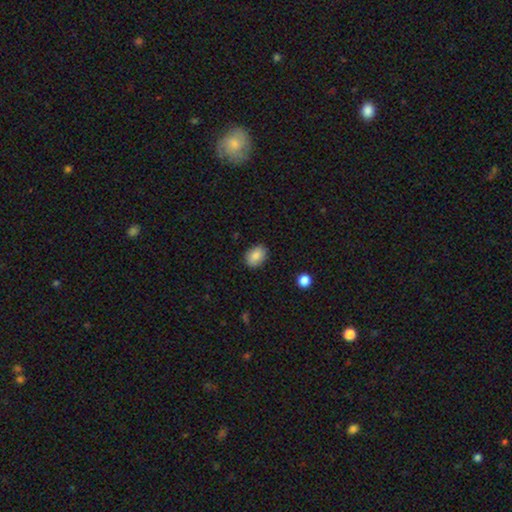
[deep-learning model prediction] Smooth or featured: smooth — 87% (star or artifact — 8%)
How rounded: in between — 74% (round — 25%)
Merging: none — 86% (minor disturbance — 10%)